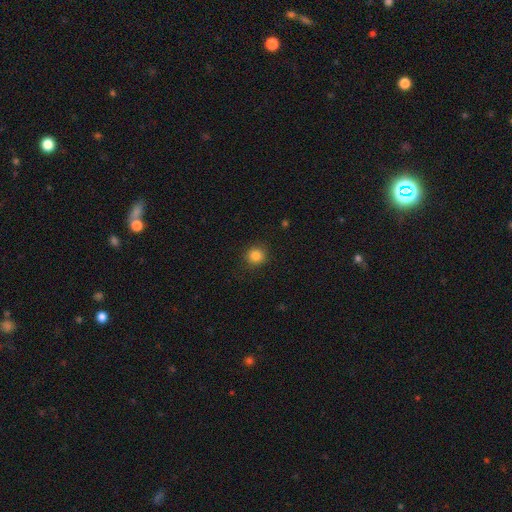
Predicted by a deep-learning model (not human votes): This is clearly a smooth galaxy (85%). How rounded: clearly round (93%). Merging: clearly none (89%).